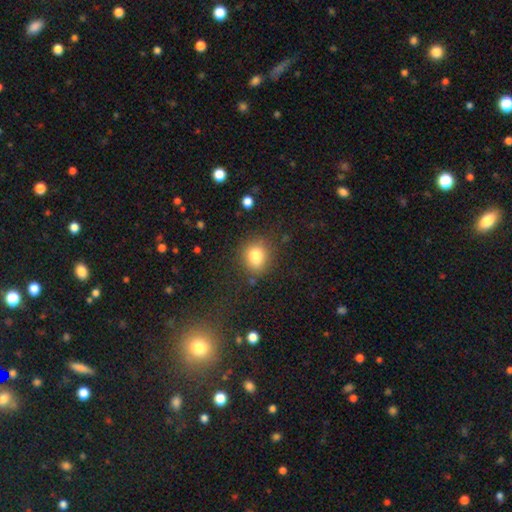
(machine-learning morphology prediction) Smooth or featured?
  - smooth: 81% *
  - star or artifact: 11%
  - featured or disk: 8%
How rounded?
  - round: 52% *
  - in between: 47%
  - cigar-shaped: 2%
Merging?
  - none: 72% *
  - minor disturbance: 15%
  - merger: 7%
  - major disturbance: 6%